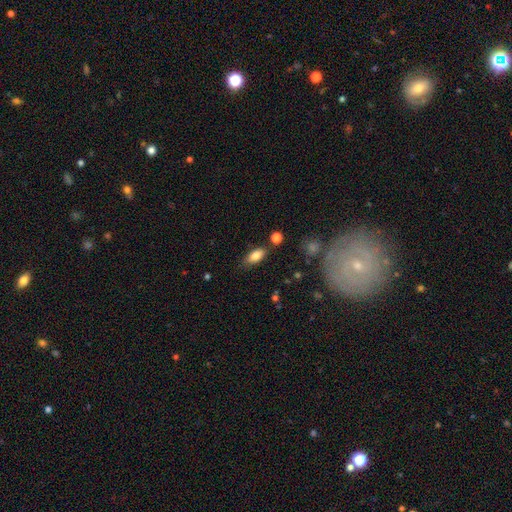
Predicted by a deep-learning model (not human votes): Smooth or featured? Predicted: smooth (p=0.82). How rounded? Predicted: in between (p=0.86). Merging? Predicted: none (p=0.76).